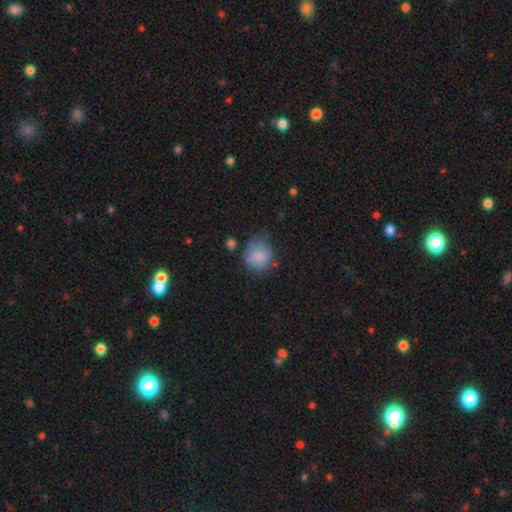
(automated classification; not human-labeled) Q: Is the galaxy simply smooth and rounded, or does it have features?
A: smooth — 76%.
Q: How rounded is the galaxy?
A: round — 71%.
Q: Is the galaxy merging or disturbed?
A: none — 50%.